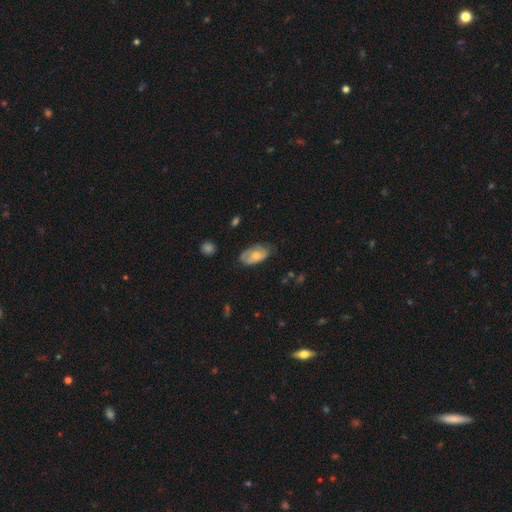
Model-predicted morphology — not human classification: smooth 60%, featured or disk 34%, star or artifact 6%. Down the decision tree: how rounded — in between (92%); merging — none (54%).